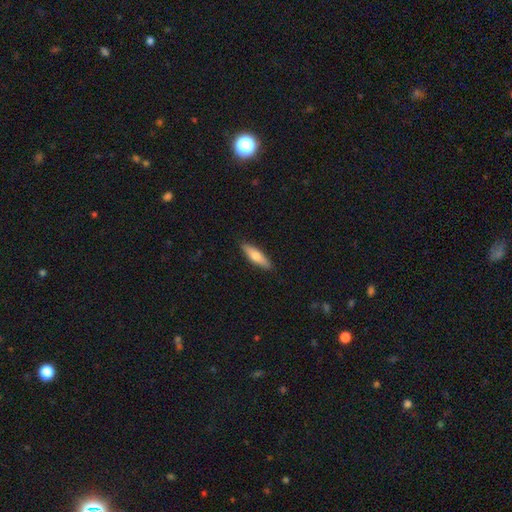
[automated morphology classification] type=smooth (64%); roundness=cigar-shaped (66%); merging=none (89%).